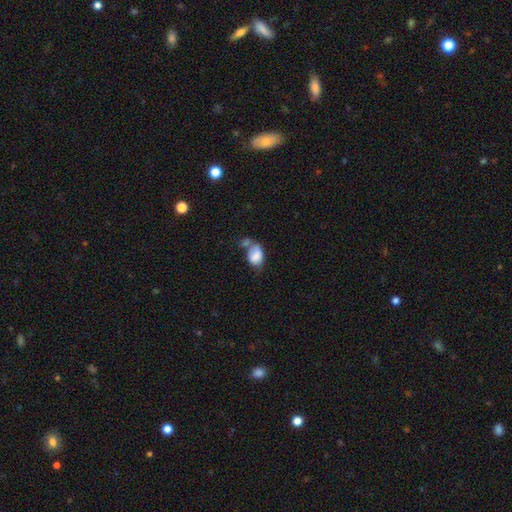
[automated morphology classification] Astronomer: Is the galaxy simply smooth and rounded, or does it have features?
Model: smooth — 76%.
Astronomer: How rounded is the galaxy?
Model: in between — 82%.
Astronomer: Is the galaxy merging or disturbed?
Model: merger — 39% (runner-up: none, 25%).